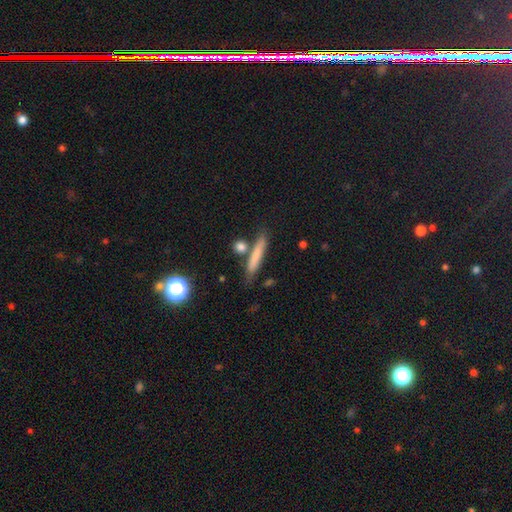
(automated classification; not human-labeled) A smooth galaxy with no disk features (72%) that is cigar-shaped (86%). Merging: none (74%).